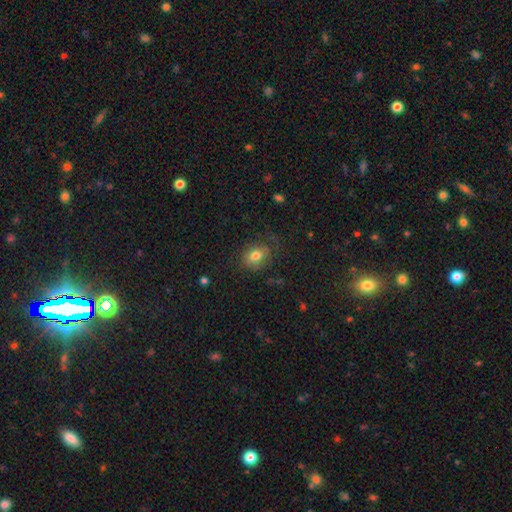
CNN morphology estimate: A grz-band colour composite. It shows a smooth galaxy with no disk features (75%) that is in between round and cigar-shaped (63%). Merging: none (68%).